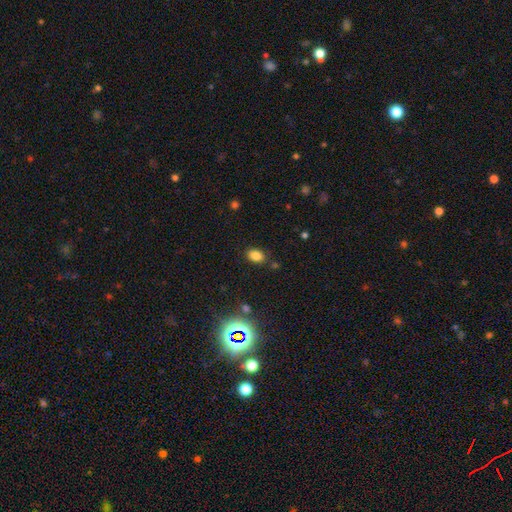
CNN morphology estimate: A smooth galaxy with no disk features (81%) that is in between round and cigar-shaped (80%). Merging: none (83%).